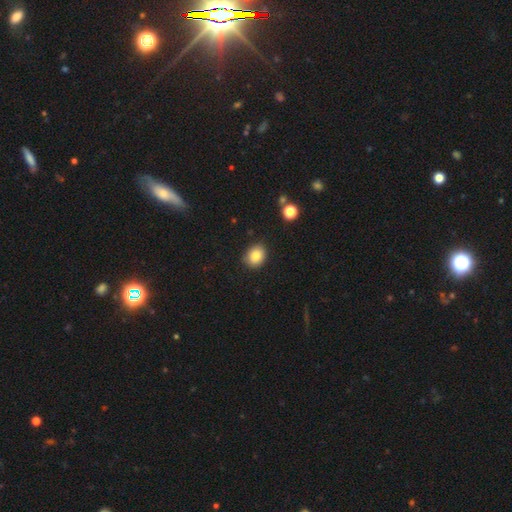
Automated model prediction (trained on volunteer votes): smooth_or_featured: smooth (p=0.84) [alt: star or artifact p=0.10]
how_rounded: round (p=0.56) [alt: in between p=0.43]
merging: none (p=0.84) [alt: minor disturbance p=0.12]